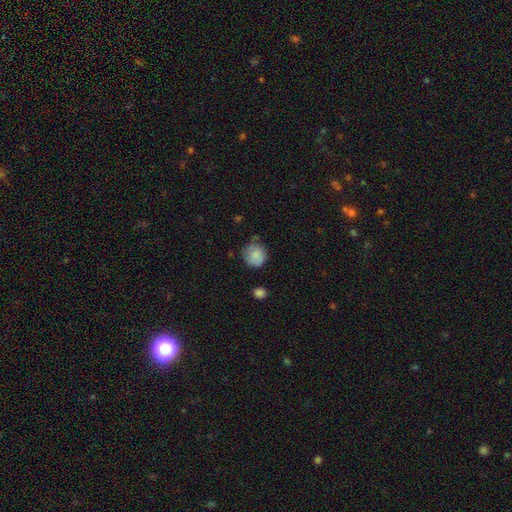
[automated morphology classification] The model was most divided on "merging": none: 60%, minor disturbance: 29%, major disturbance: 8%, merger: 3%. More confident: how rounded — round (86%); smooth or featured — smooth (81%).